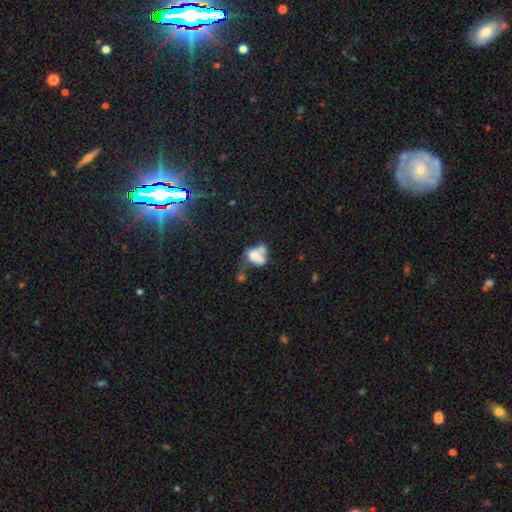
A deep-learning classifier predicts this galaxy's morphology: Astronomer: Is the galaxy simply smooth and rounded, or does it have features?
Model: smooth — 55% (runner-up: featured or disk, 32%).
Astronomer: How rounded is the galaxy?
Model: in between — 76%.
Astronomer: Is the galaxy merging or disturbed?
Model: merger — 51%.